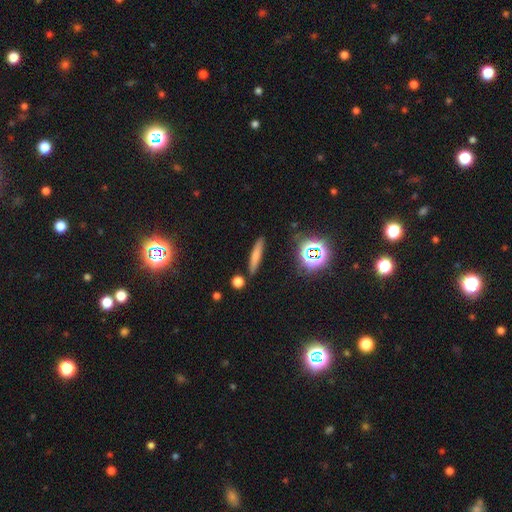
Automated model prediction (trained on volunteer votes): Overall: smooth (66%). How rounded: cigar-shaped (87%). Merging: none (86%).